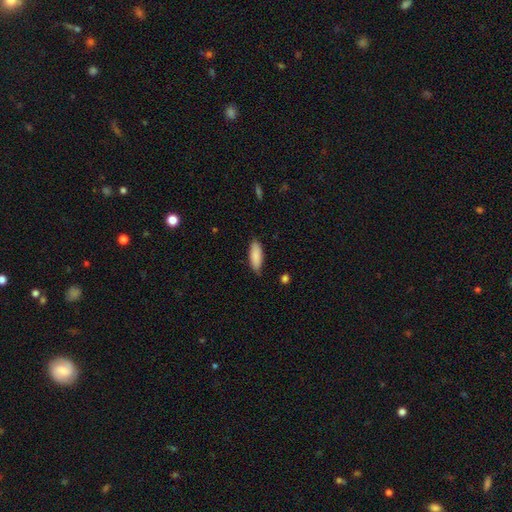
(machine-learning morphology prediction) A smooth galaxy with no disk features (88%) that is in between round and cigar-shaped (66%).

Vote fractions:
- Smooth or featured? smooth: 88% / featured or disk: 6% / star or artifact: 6%
- How rounded? in between: 66% / cigar-shaped: 33% / round: 1%
- Merging? none: 80% / minor disturbance: 16% / major disturbance: 2% / merger: 1%